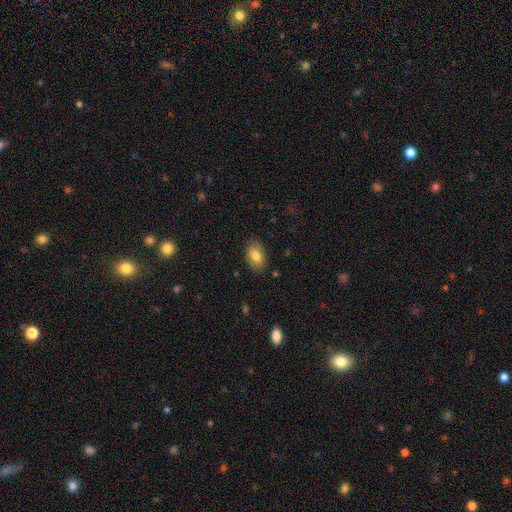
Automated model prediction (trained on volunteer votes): A smooth galaxy with no disk features (80%) that is in between round and cigar-shaped (90%). Merging: none (86%).